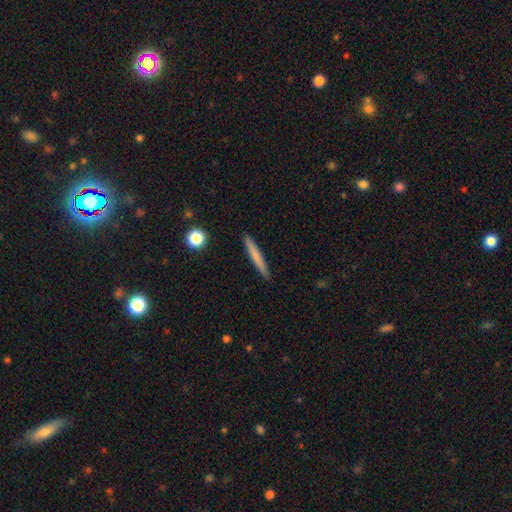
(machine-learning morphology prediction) This is likely a smooth galaxy (71%). How rounded: clearly cigar-shaped (96%). Merging: clearly none (91%).